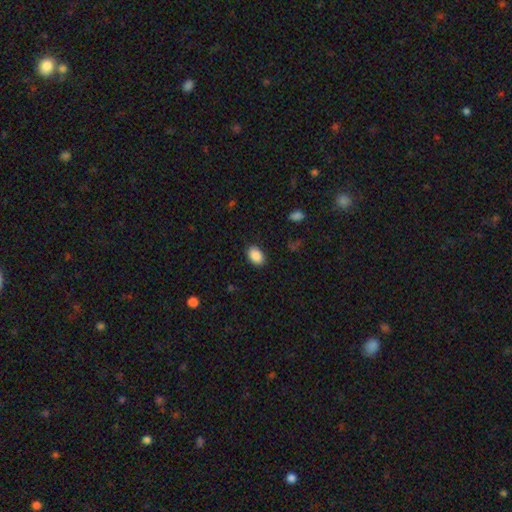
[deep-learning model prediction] Overall: smooth (90%). How rounded: in between (87%). Merging: none (88%).